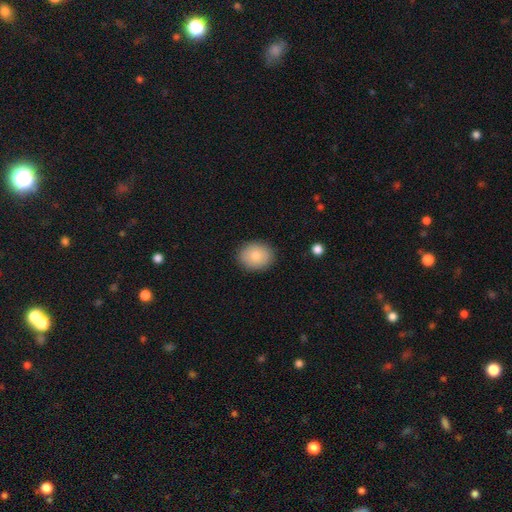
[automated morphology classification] Smooth or featured? Predicted: smooth (p=0.80). How rounded? Predicted: round (p=0.57). Merging? Predicted: none (p=0.89).